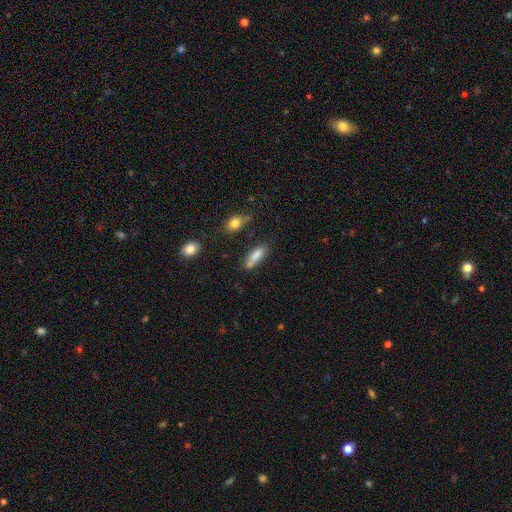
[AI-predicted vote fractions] Smooth or featured?
  - smooth: 80% *
  - featured or disk: 12%
  - star or artifact: 8%
How rounded?
  - in between: 57% *
  - cigar-shaped: 41%
  - round: 2%
Merging?
  - none: 58% *
  - minor disturbance: 23%
  - merger: 13%
  - major disturbance: 7%